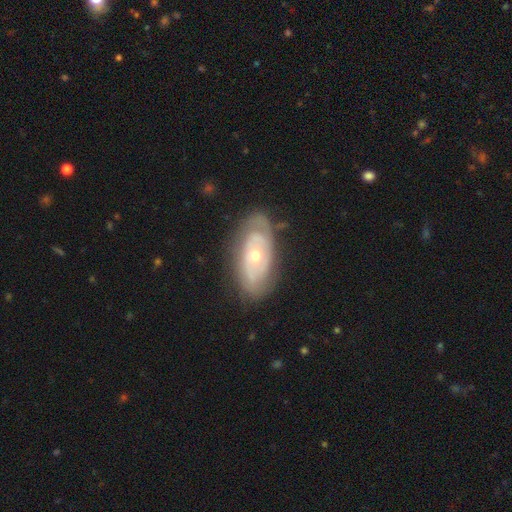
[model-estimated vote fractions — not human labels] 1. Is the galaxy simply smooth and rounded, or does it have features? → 72% featured or disk, 23% smooth, 5% star or artifact.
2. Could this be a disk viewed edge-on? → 91% no, 9% yes.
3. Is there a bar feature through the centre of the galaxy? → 84% no, 12% weak, 3% strong.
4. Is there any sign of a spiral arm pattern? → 64% yes, 36% no.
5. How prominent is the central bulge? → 58% moderate, 38% small, 3% large, 1% dominant, 1% none.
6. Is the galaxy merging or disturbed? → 76% none, 17% minor disturbance, 6% major disturbance, 1% merger.